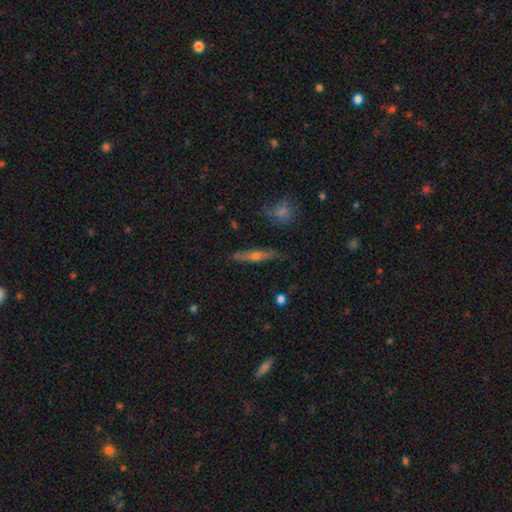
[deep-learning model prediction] Smooth or featured?
  - featured or disk: 52% *
  - smooth: 40%
  - star or artifact: 8%
Edge-on disk?
  - yes: 89% *
  - no: 11%
Merging?
  - none: 83% *
  - minor disturbance: 12%
  - major disturbance: 3%
  - merger: 2%